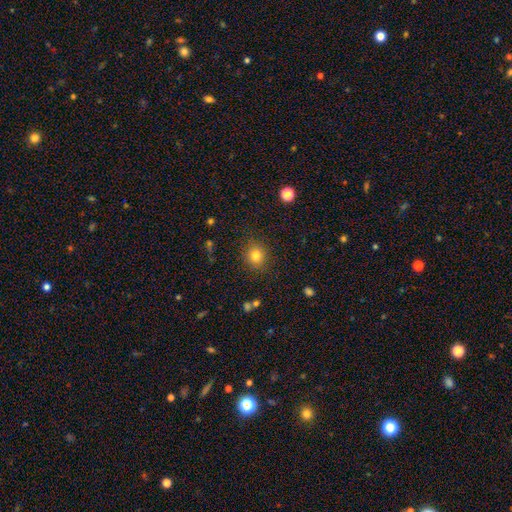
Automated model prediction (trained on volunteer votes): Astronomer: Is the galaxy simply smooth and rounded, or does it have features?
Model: smooth — 81%.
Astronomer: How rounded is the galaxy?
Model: round — 81%.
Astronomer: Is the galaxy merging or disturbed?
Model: none — 86%.